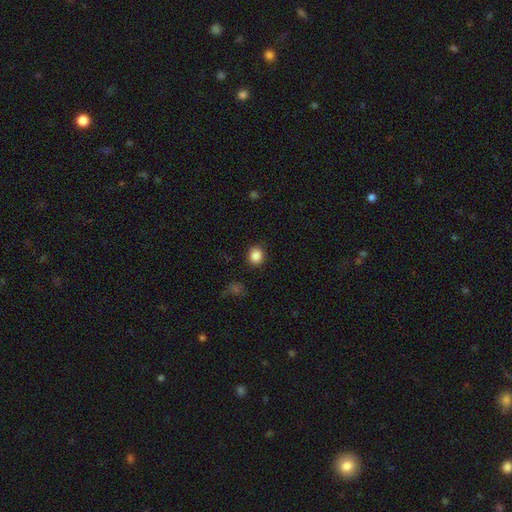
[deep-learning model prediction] A smooth galaxy with no disk features (87%) that is round (81%). Merging: none (88%).